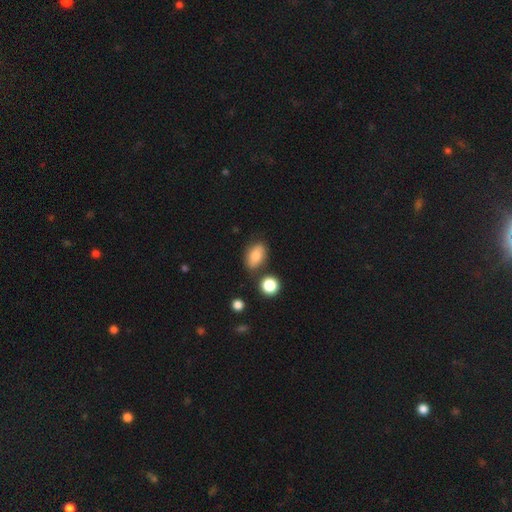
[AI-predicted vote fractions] smooth_or_featured: smooth (p=0.81) [alt: featured or disk p=0.10]
how_rounded: in between (p=0.87) [alt: round p=0.10]
merging: none (p=0.74) [alt: minor disturbance p=0.16]